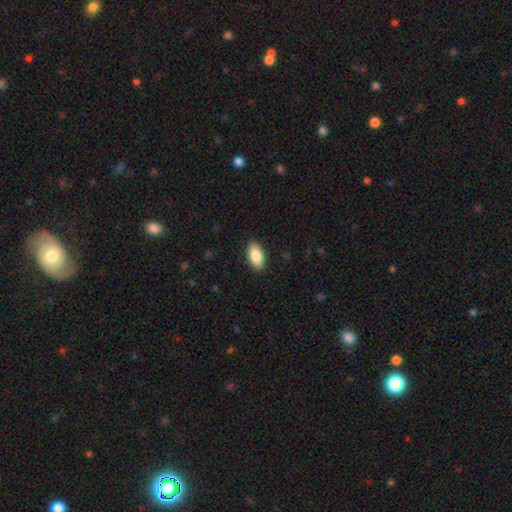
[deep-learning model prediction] Smooth or featured? smooth (86%)
How rounded? in between (93%)
Merging? none (89%)